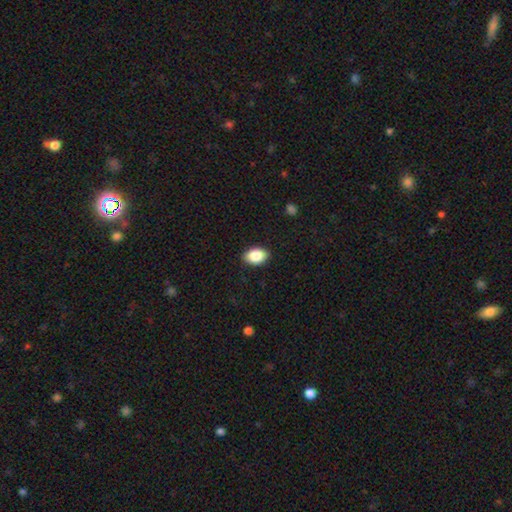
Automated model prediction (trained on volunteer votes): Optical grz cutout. It shows a smooth galaxy with no disk features (88%) that is in between round and cigar-shaped (86%). Merging: none (89%).